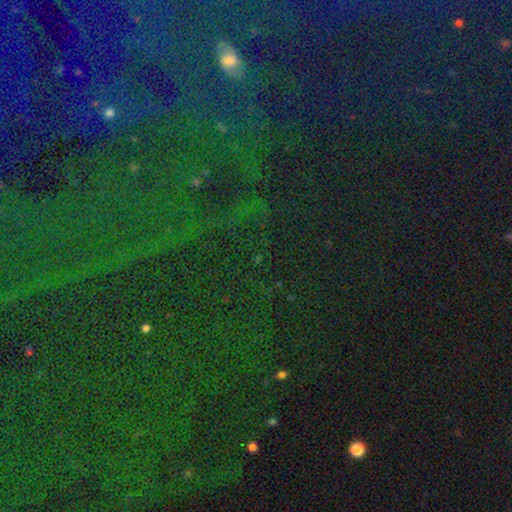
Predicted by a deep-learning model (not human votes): A star or artifact, not a galaxy (82%).